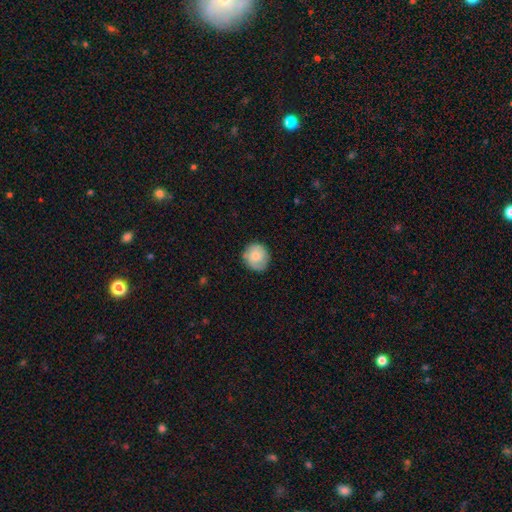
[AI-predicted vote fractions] smooth 65%, featured or disk 28%, star or artifact 7%. Down the decision tree: how rounded — round (88%); merging — none (78%).